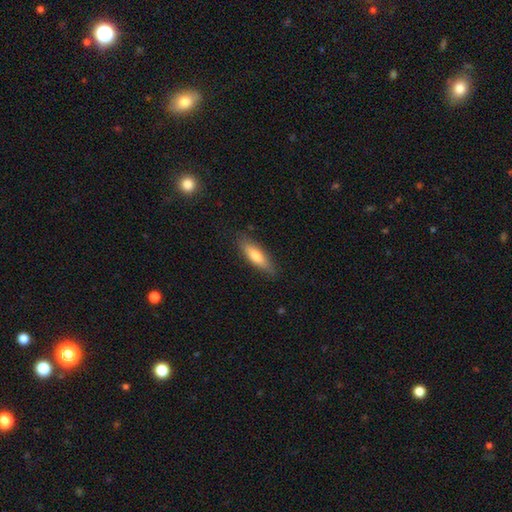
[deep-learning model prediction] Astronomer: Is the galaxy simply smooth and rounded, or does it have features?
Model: smooth — 73%.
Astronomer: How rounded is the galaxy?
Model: cigar-shaped — 54% (runner-up: in between, 44%).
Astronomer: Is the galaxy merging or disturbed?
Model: none — 82%.